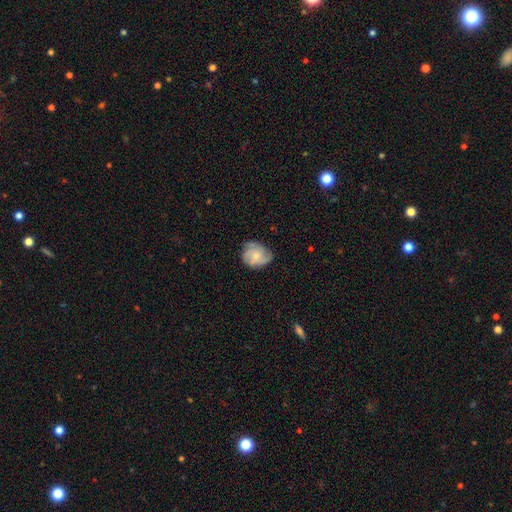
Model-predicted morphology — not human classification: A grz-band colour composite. It shows a featured or disk galaxy (50%). Merging: none (64%).